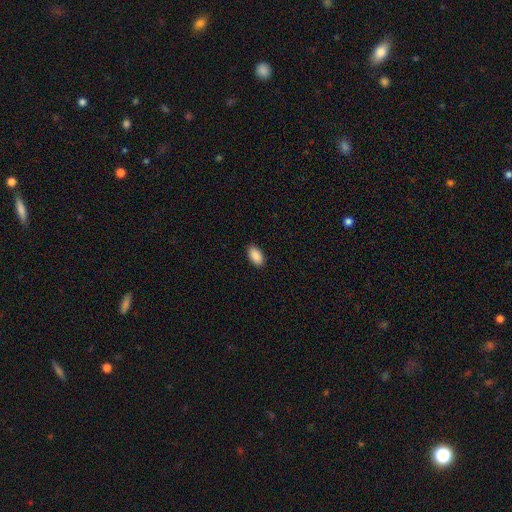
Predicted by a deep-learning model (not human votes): smooth 90%, star or artifact 7%, featured or disk 4%. Down the decision tree: how rounded — in between (94%); merging — none (90%).